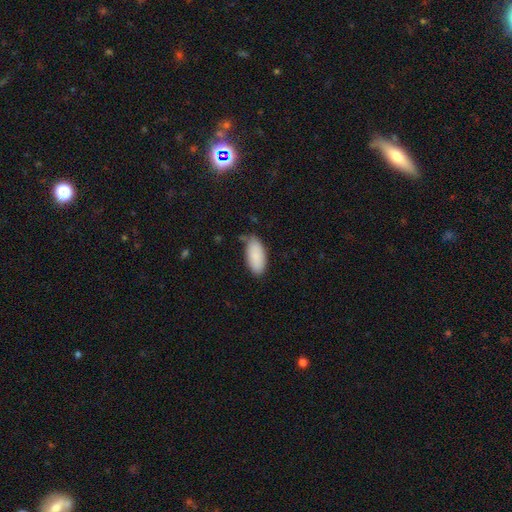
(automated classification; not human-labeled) Smooth or featured: smooth — 88% (star or artifact — 6%)
How rounded: in between — 91% (cigar-shaped — 7%)
Merging: none — 68% (minor disturbance — 24%)